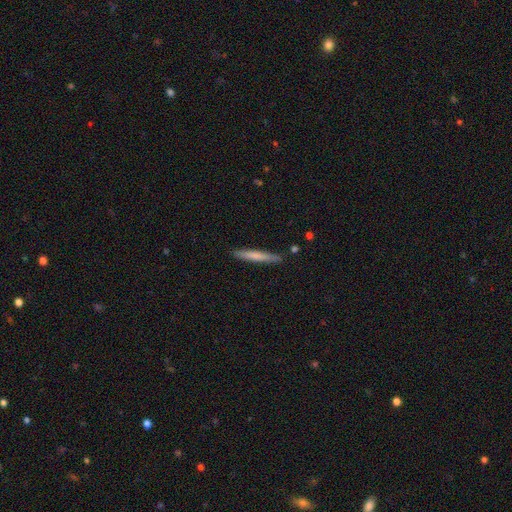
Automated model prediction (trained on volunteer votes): Overall: smooth (66%; featured or disk 28%). How rounded: cigar-shaped (96%). Merging: none (88%).